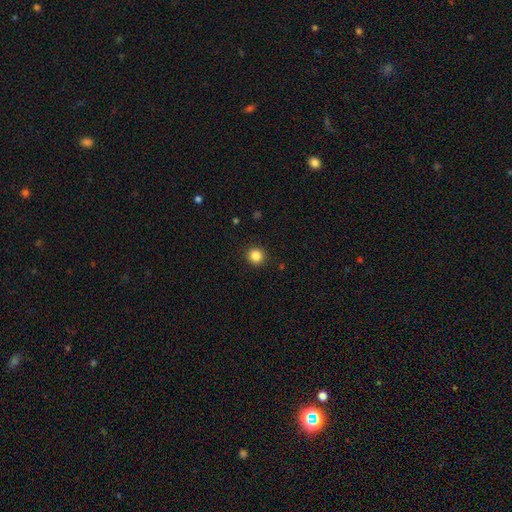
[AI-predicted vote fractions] Smooth or featured? smooth (85%)
How rounded? round (94%)
Merging? none (92%)